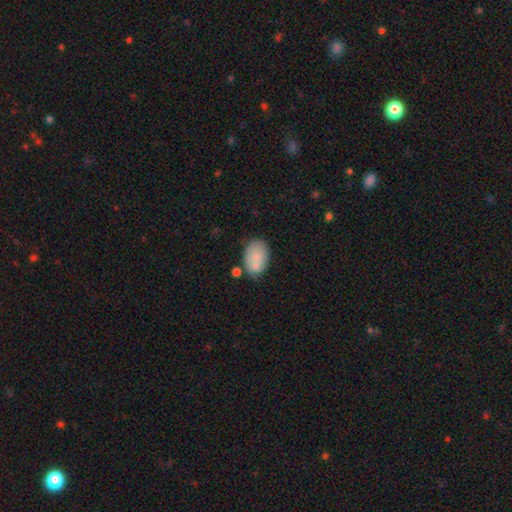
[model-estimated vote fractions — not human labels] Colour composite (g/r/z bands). It shows a smooth galaxy with no disk features (82%) that is in between round and cigar-shaped (86%). Merging: none (59%).